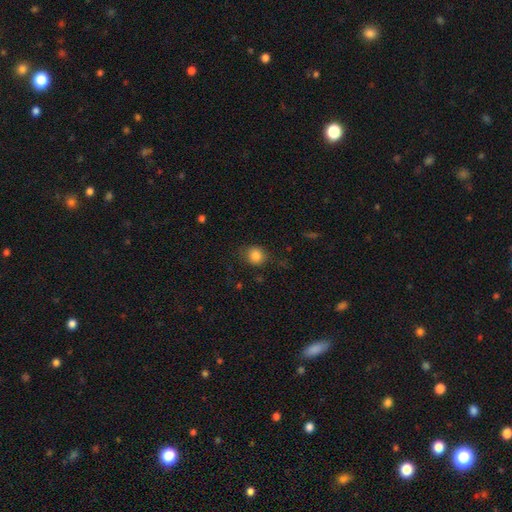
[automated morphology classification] This appears to be a smooth galaxy with no disk features (83%) that is round (77%). Merging: none (77%).